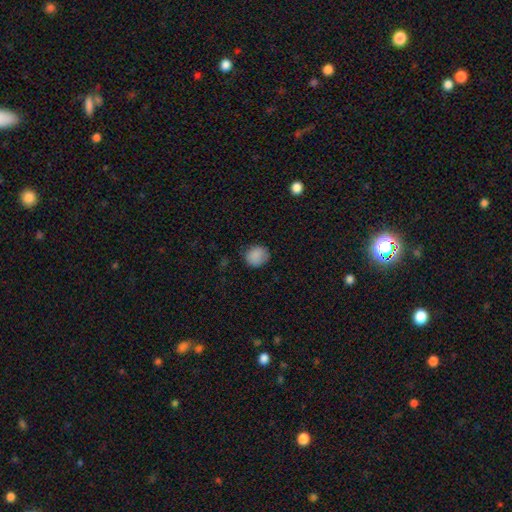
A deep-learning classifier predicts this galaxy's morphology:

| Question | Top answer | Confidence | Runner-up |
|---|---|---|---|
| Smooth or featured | smooth | 87% | star or artifact (9%) |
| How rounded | round | 74% | in between (25%) |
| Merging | none | 78% | minor disturbance (17%) |